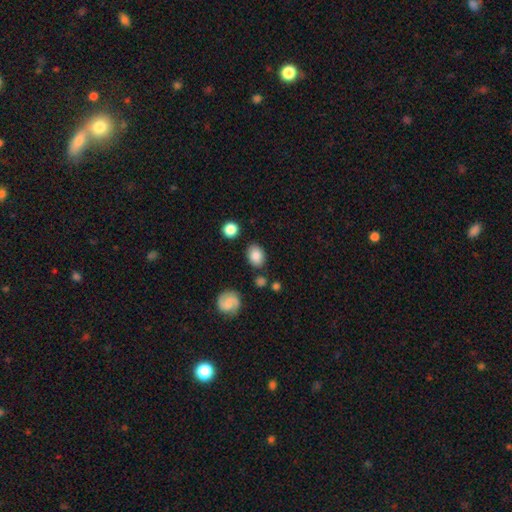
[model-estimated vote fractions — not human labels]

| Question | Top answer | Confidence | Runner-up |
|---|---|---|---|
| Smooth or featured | smooth | 82% | featured or disk (10%) |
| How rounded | in between | 68% | round (31%) |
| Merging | none | 80% | minor disturbance (13%) |